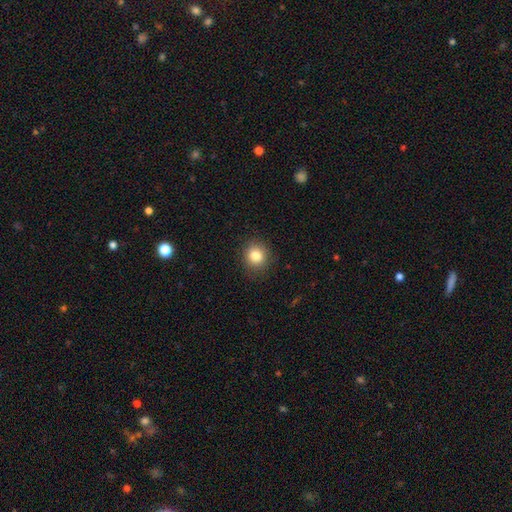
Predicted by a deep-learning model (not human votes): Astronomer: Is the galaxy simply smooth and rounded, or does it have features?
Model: smooth — 83%.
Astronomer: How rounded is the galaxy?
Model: round — 86%.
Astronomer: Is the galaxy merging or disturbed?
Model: none — 89%.